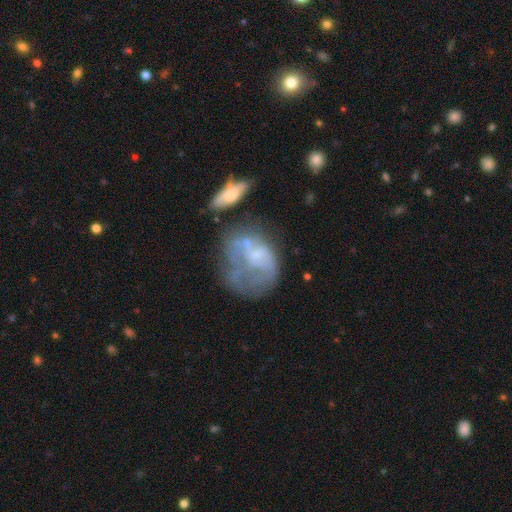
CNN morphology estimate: Smooth or featured?
  - featured or disk: 51% *
  - smooth: 38%
  - star or artifact: 11%
Edge-on disk?
  - no: 97% *
  - yes: 3%
Merging?
  - major disturbance: 35% *
  - none: 26%
  - merger: 20%
  - minor disturbance: 19%